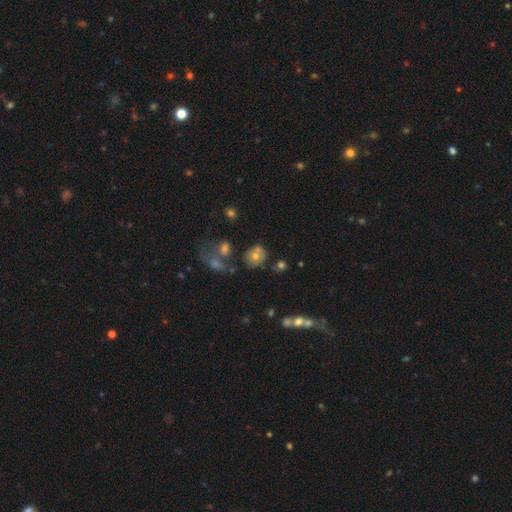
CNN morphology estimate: Q: Smooth or featured?
A: smooth (68%); runner-up: featured or disk (19%)
Q: How rounded?
A: round (66%); runner-up: in between (33%)
Q: Merging?
A: none (62%); runner-up: minor disturbance (16%)